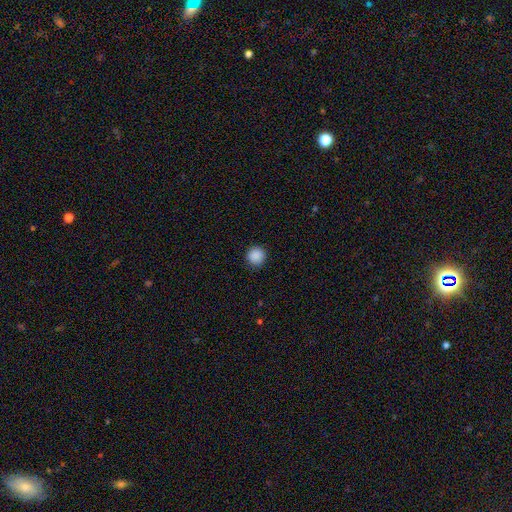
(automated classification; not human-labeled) smooth-or-featured: smooth: 89% | star or artifact: 9% | featured or disk: 2%
  how-rounded: round: 94% | in between: 5% | cigar-shaped: 1%
  merging: none: 91% | minor disturbance: 6% | major disturbance: 2% | merger: 1%